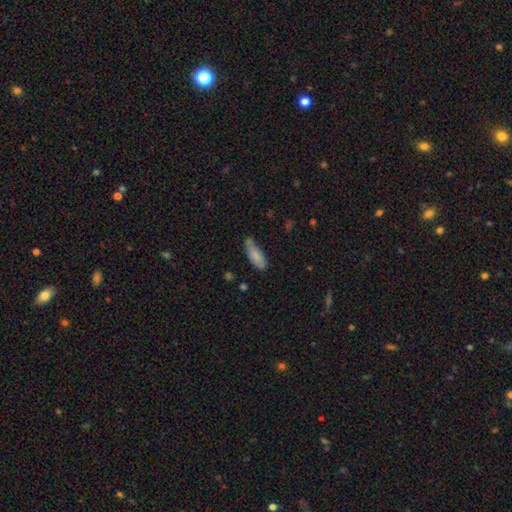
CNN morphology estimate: This appears to be a smooth galaxy with no disk features (81%) that is in between round and cigar-shaped (67%). Merging: none (57%).